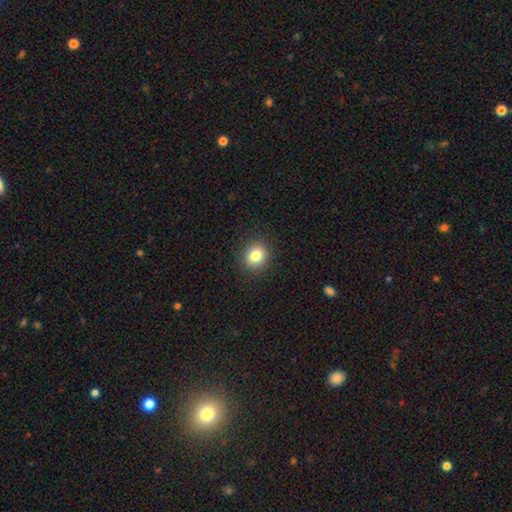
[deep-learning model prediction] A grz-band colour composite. It shows a smooth galaxy with no disk features (83%) that is round (79%). Merging: none (90%).